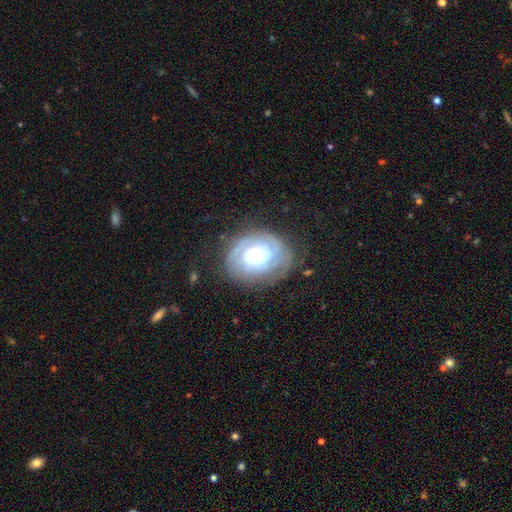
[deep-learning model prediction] This appears to be a featured or disk galaxy (77%) with no bar (78%), tight (72%) spiral arms (87%) and a moderate central bulge (68%). Merging: none (68%).